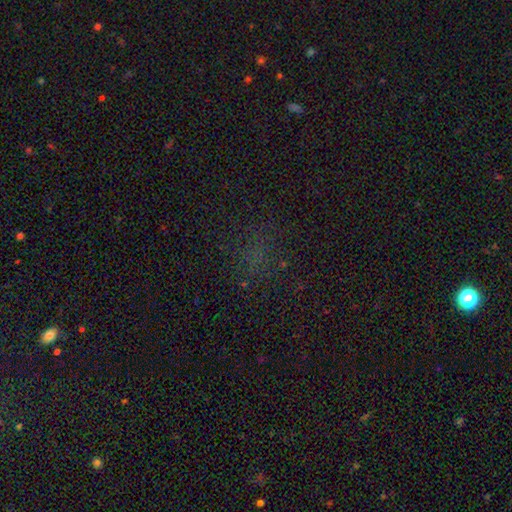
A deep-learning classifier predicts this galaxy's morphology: A star or artifact, not a galaxy (54%).